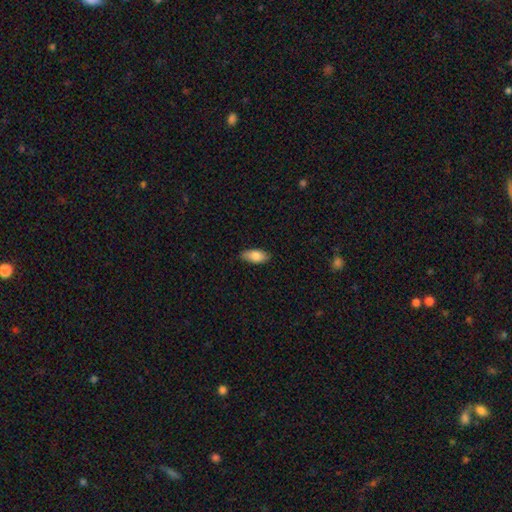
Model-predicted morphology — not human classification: Smooth or featured? Predicted: smooth (p=0.85). How rounded? Predicted: in between (p=0.89). Merging? Predicted: none (p=0.84).